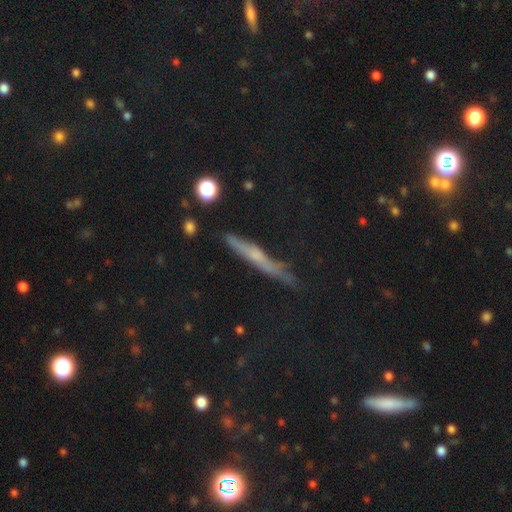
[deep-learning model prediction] smooth-or-featured: featured or disk: 45% | smooth: 36% | star or artifact: 19%
  merging: none: 76% | minor disturbance: 17% | major disturbance: 5% | merger: 3%